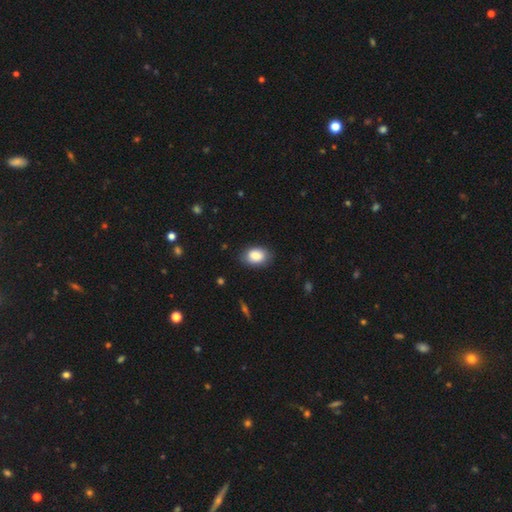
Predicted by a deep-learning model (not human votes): smooth_or_featured: smooth (p=0.87) [alt: star or artifact p=0.07]
how_rounded: in between (p=0.84) [alt: round p=0.15]
merging: none (p=0.82) [alt: minor disturbance p=0.14]